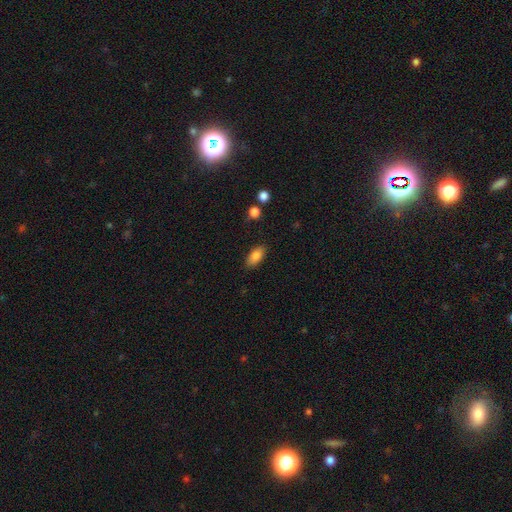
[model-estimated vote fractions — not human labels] smooth 83%, featured or disk 9%, star or artifact 8%. Down the decision tree: how rounded — in between (88%); merging — none (85%).